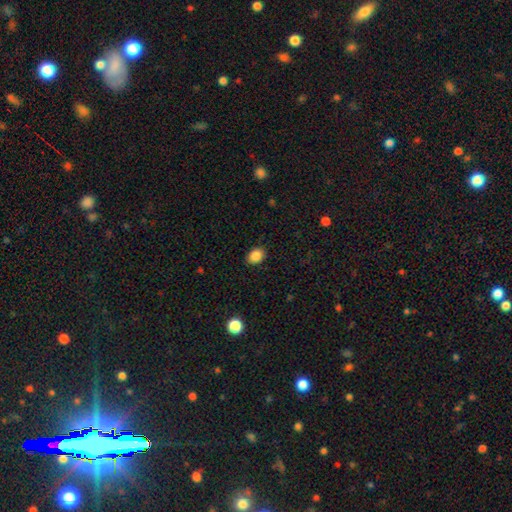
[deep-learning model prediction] Smooth or featured?
  - smooth: 87% *
  - star or artifact: 9%
  - featured or disk: 4%
How rounded?
  - in between: 65% *
  - round: 34%
  - cigar-shaped: 1%
Merging?
  - none: 87% *
  - minor disturbance: 10%
  - major disturbance: 2%
  - merger: 1%